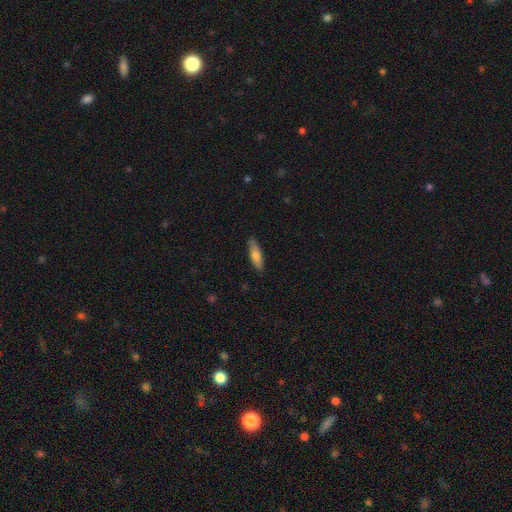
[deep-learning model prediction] smooth-or-featured: smooth: 69% | featured or disk: 25% | star or artifact: 6%
  how-rounded: cigar-shaped: 60% | in between: 38% | round: 2%
  merging: none: 87% | minor disturbance: 10% | major disturbance: 2% | merger: 1%